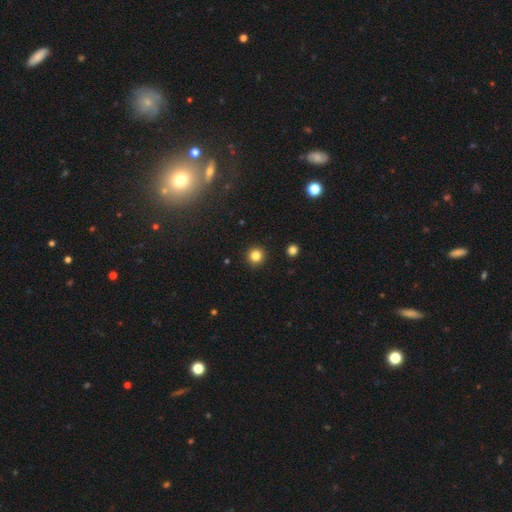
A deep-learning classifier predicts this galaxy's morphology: smooth-or-featured: smooth: 82% | star or artifact: 13% | featured or disk: 5%
  how-rounded: round: 94% | in between: 5% | cigar-shaped: 1%
  merging: none: 92% | minor disturbance: 5% | major disturbance: 2% | merger: 1%